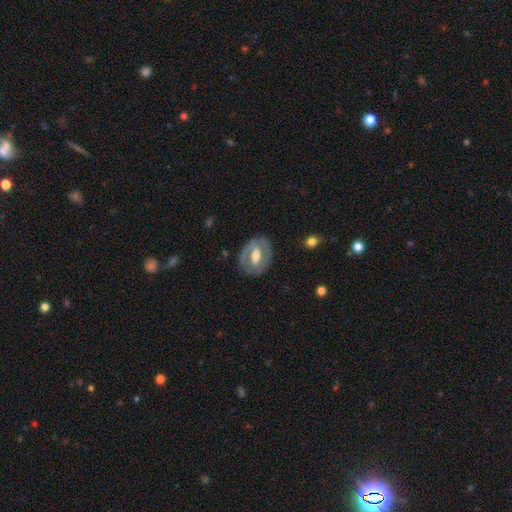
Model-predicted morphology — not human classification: This appears to be a featured or disk galaxy (68%) with a weak bar (39%), spiral arms (52%) and a moderate central bulge (59%). Merging: none (77%).